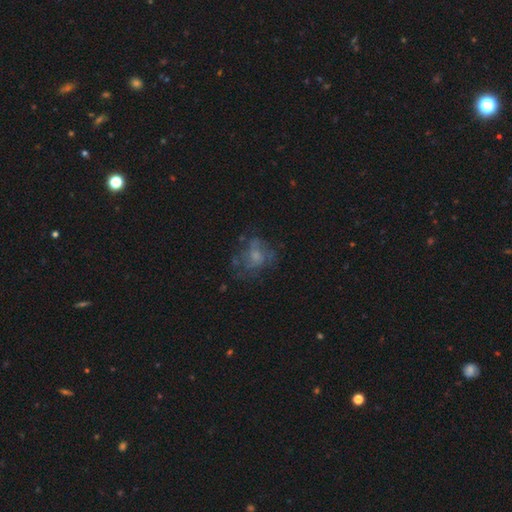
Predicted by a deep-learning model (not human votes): Smooth or featured? featured or disk (55%)
Edge-on disk? no (97%)
Bar? no (76%)
Spiral arms? no (51%)
Bulge size? small (35%)
Merging? none (53%)